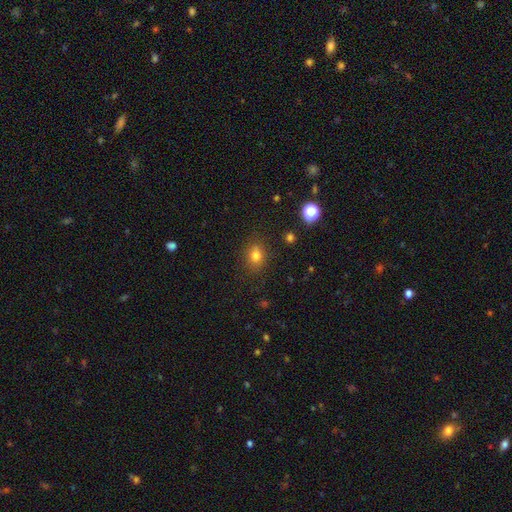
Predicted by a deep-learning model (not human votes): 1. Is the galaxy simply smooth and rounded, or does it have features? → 77% smooth, 15% star or artifact, 8% featured or disk.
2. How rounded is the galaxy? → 54% round, 45% in between, 1% cigar-shaped.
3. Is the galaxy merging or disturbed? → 83% none, 12% minor disturbance, 3% major disturbance, 2% merger.